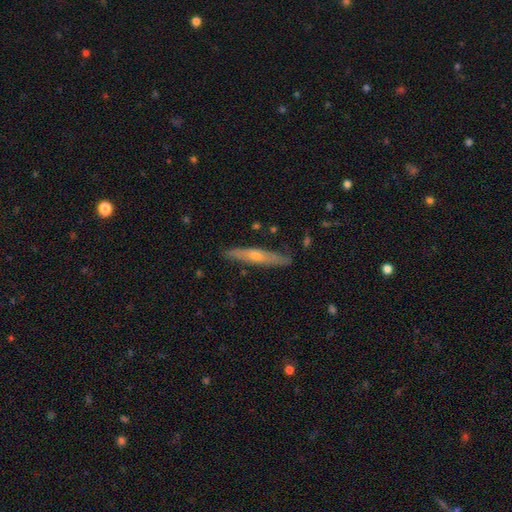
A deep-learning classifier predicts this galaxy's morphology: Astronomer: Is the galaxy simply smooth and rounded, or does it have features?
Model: featured or disk — 62%.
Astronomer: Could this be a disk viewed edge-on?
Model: yes — 90%.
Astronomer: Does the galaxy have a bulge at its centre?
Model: rounded — 79%.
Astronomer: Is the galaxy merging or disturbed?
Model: none — 86%.